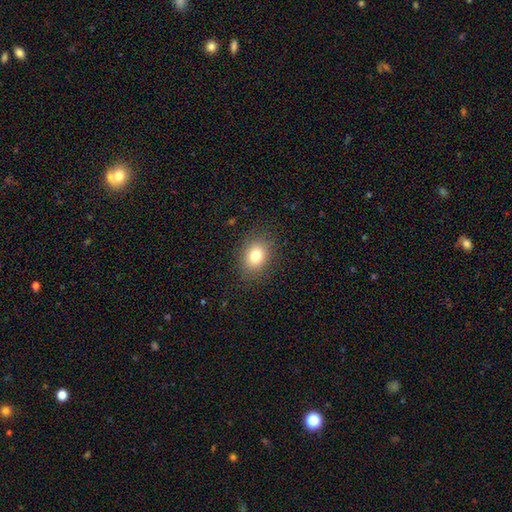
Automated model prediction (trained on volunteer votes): Smooth or featured: smooth — 79% (star or artifact — 12%)
How rounded: in between — 54% (round — 45%)
Merging: none — 86% (minor disturbance — 9%)